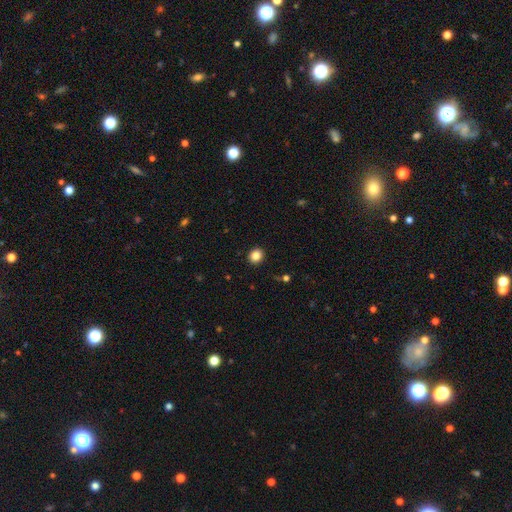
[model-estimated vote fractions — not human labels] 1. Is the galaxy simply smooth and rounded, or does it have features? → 85% smooth, 11% star or artifact, 5% featured or disk.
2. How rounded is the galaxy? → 72% round, 27% in between, 1% cigar-shaped.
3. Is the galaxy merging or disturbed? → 91% none, 6% minor disturbance, 2% major disturbance, 1% merger.